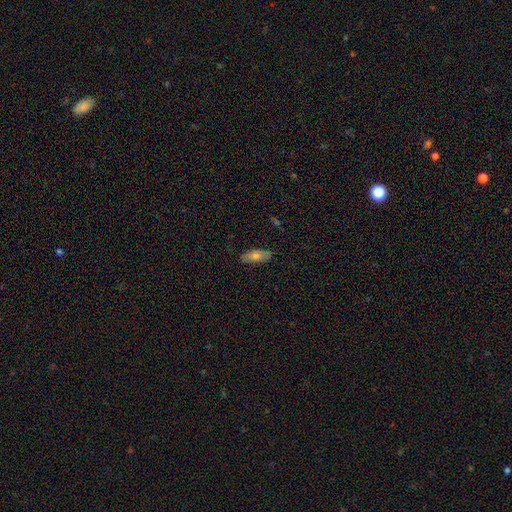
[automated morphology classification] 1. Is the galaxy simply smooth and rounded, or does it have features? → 66% smooth, 26% featured or disk, 8% star or artifact.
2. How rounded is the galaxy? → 72% in between, 26% cigar-shaped, 3% round.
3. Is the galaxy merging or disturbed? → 85% none, 12% minor disturbance, 2% major disturbance, 1% merger.